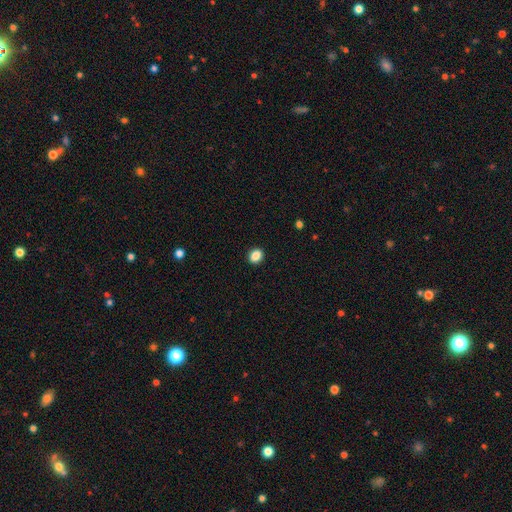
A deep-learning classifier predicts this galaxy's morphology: Smooth or featured? Predicted: smooth (p=0.87). How rounded? Predicted: round (p=0.50). Merging? Predicted: none (p=0.91).